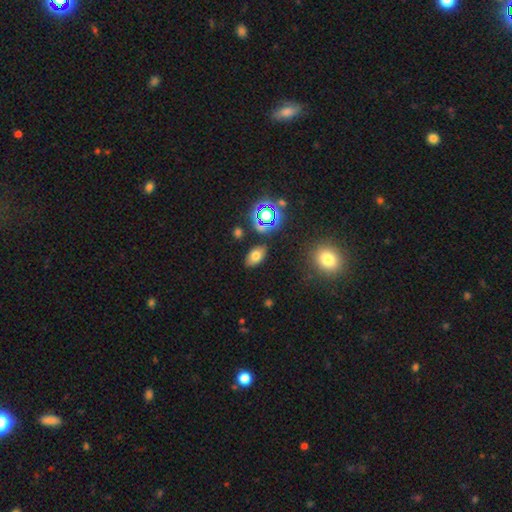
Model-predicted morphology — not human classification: The model was most divided on "smooth or featured": smooth: 68%, star or artifact: 18%, featured or disk: 14%. More confident: how rounded — in between (89%); merging — none (84%).